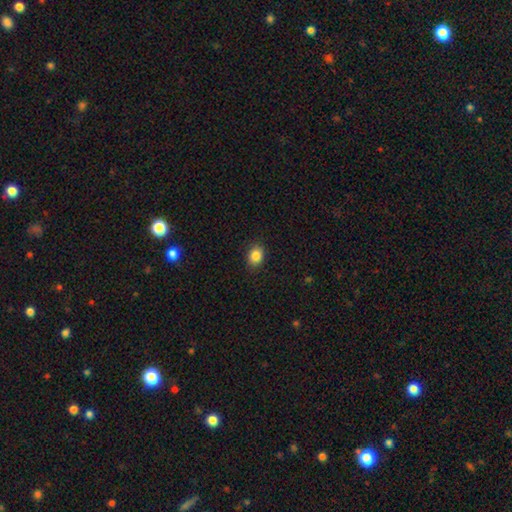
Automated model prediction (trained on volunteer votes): Q: Smooth or featured?
A: smooth (86%); runner-up: star or artifact (9%)
Q: How rounded?
A: in between (52%); runner-up: round (47%)
Q: Merging?
A: none (88%); runner-up: minor disturbance (9%)